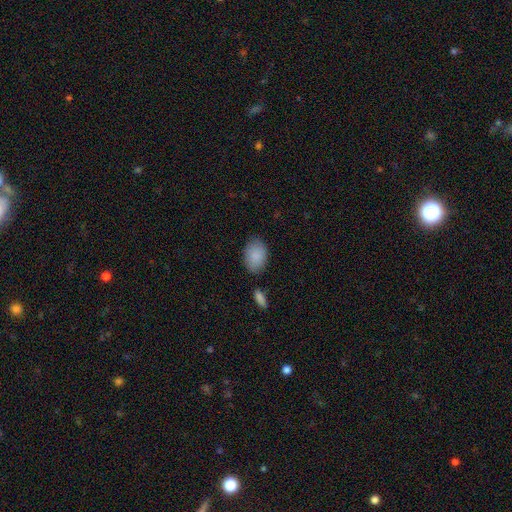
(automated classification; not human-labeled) This appears to be a smooth galaxy with no disk features (89%) that is in between round and cigar-shaped (88%). Merging: none (78%).